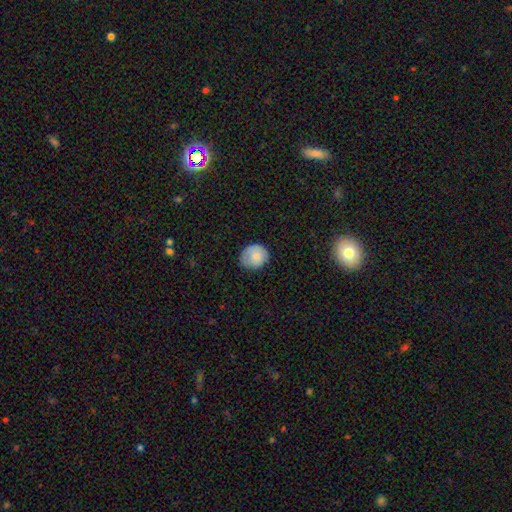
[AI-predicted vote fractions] Morphology: type=smooth (78%); roundness=round (74%); merging=none (67%).